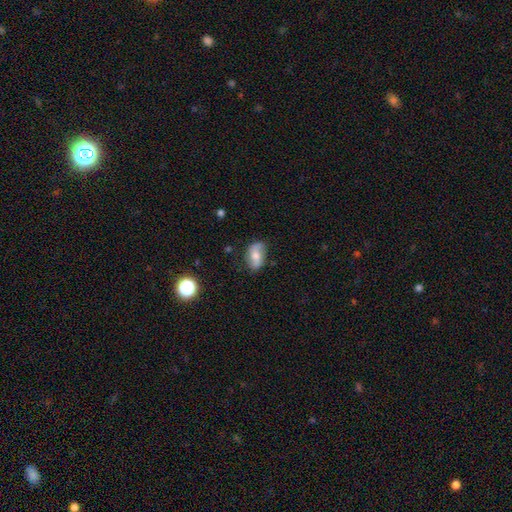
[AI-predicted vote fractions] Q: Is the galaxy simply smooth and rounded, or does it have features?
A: smooth — 53%.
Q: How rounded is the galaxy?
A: in between — 87%.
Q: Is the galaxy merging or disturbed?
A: none — 71%.